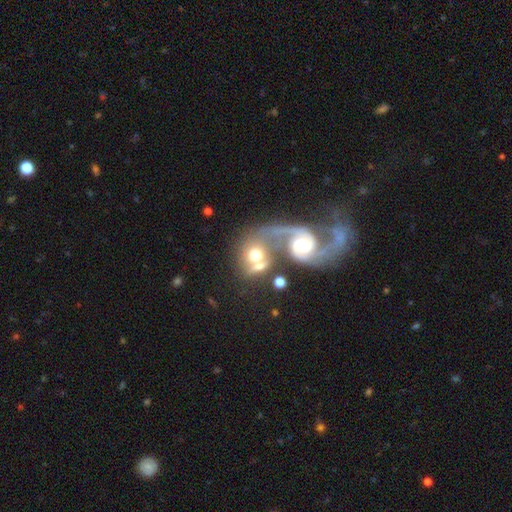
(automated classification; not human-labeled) Smooth or featured: featured or disk — 57% (smooth — 35%)
Edge-on disk: no — 96% (yes — 4%)
Bar: no — 58% (weak — 31%)
Spiral arms: yes — 82% (no — 18%)
Bulge size: moderate — 51% (large — 34%)
Merging: merger — 68% (none — 18%)